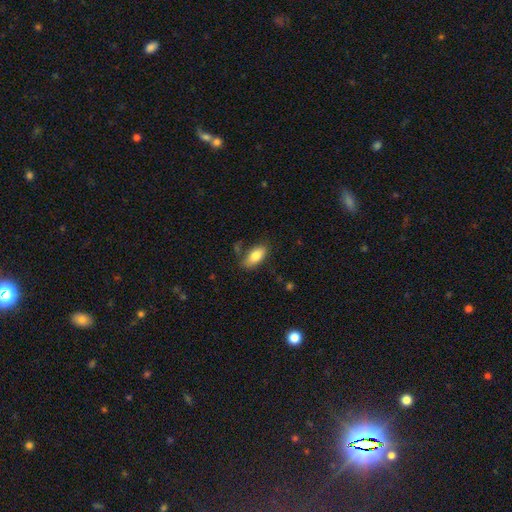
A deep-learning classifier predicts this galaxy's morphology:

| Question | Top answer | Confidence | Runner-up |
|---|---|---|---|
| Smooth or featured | smooth | 81% | featured or disk (12%) |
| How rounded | in between | 87% | cigar-shaped (10%) |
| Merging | none | 73% | minor disturbance (18%) |